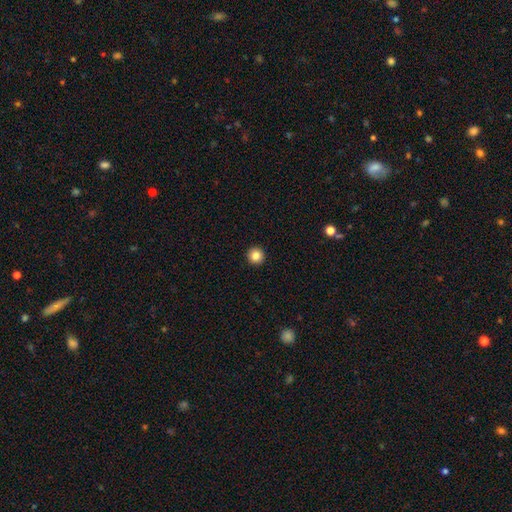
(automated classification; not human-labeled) smooth 84%, star or artifact 11%, featured or disk 5%. Down the decision tree: how rounded — round (96%); merging — none (94%).